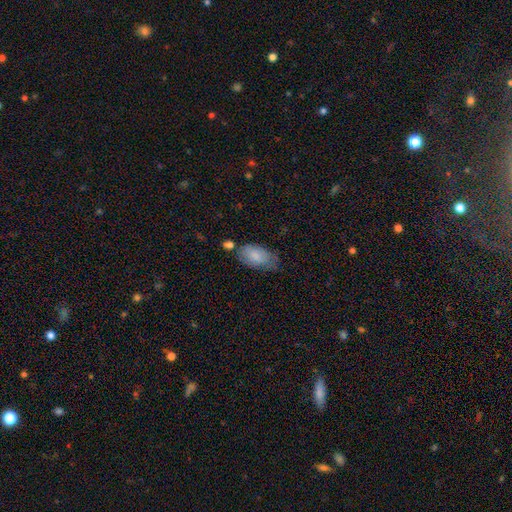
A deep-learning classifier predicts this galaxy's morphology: The model was most divided on "merging": none: 55%, minor disturbance: 29%, merger: 8%, major disturbance: 8%. More confident: how rounded — in between (93%); smooth or featured — smooth (82%).